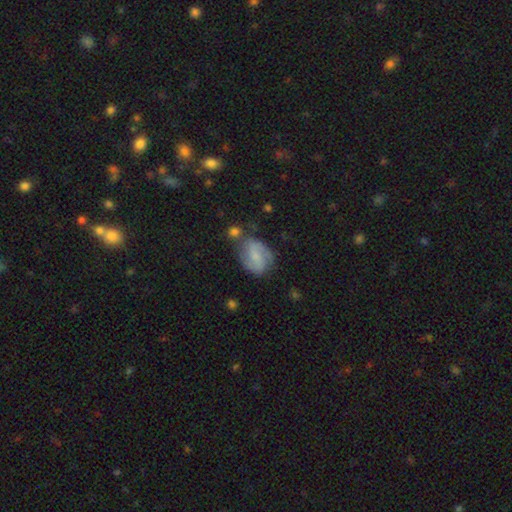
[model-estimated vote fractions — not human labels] The model was most divided on "bar": weak: 49%, no: 34%, strong: 16%. Remaining: edge-on disk — no (97%); spiral arms — yes (90%); spiral arm count — 2 (83%); merging — none (62%); smooth or featured — featured or disk (61%); bulge size — small (50%); spiral winding — medium (49%).